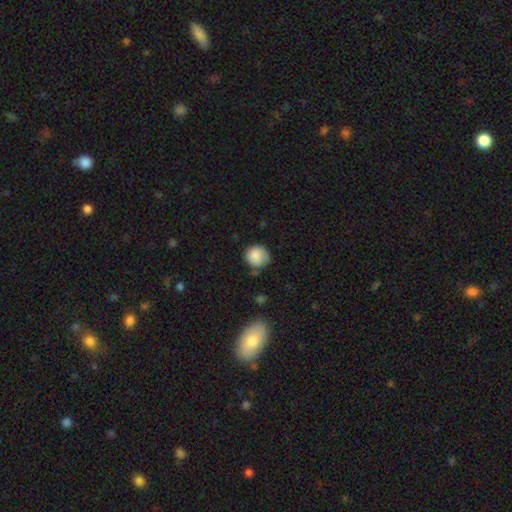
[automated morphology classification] The model was most divided on "merging": none: 65%, minor disturbance: 26%, major disturbance: 6%, merger: 3%. More confident: how rounded — round (91%); smooth or featured — smooth (86%).